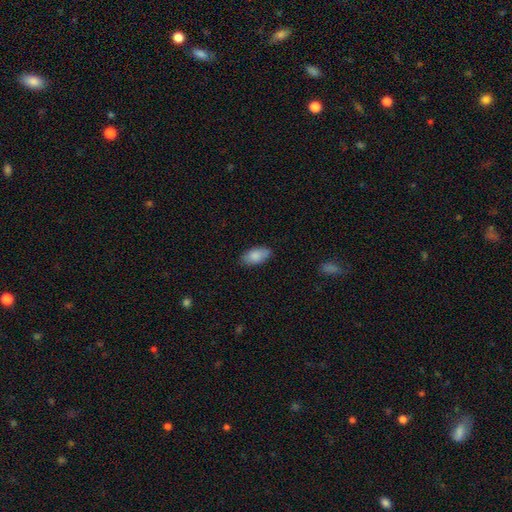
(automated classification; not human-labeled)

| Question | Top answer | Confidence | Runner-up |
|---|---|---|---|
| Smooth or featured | smooth | 85% | featured or disk (8%) |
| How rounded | in between | 92% | cigar-shaped (5%) |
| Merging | none | 83% | minor disturbance (13%) |